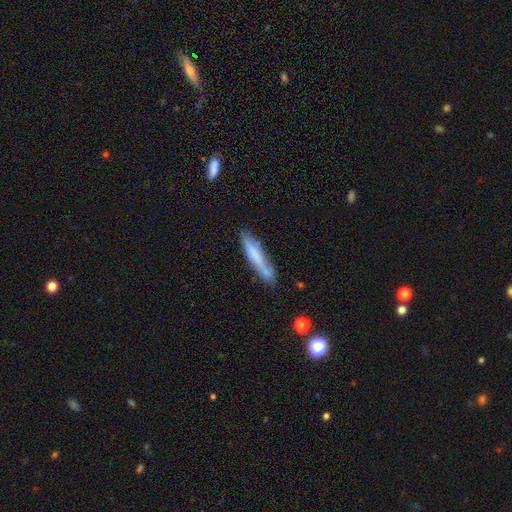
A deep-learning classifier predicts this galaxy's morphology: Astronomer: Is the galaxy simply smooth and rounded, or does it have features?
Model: smooth — 65%.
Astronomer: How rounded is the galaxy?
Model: cigar-shaped — 91%.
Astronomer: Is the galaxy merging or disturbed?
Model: none — 70%.